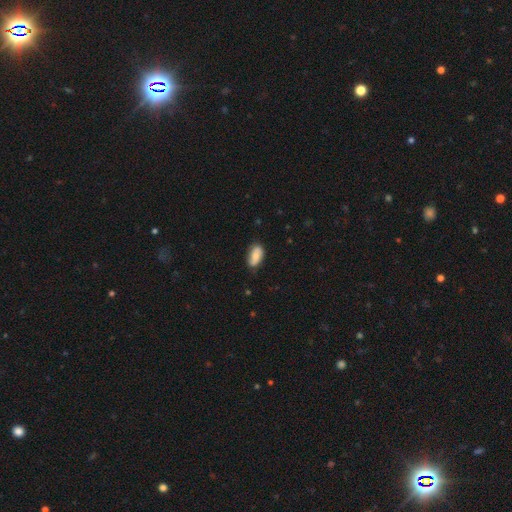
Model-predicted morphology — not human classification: A smooth galaxy with no disk features (69%) that is in between round and cigar-shaped (92%).

Vote fractions:
- Smooth or featured? smooth: 69% / featured or disk: 24% / star or artifact: 7%
- How rounded? in between: 92% / cigar-shaped: 4% / round: 4%
- Merging? none: 72% / minor disturbance: 23% / major disturbance: 4% / merger: 2%